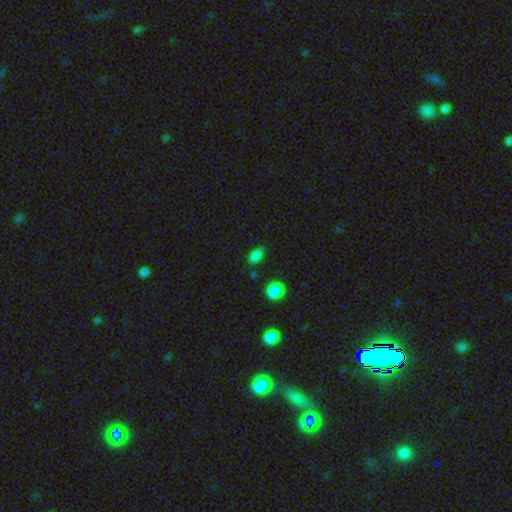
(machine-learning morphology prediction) Smooth or featured?
  - smooth: 82% *
  - star or artifact: 12%
  - featured or disk: 6%
How rounded?
  - in between: 82% *
  - round: 10%
  - cigar-shaped: 8%
Merging?
  - none: 75% *
  - minor disturbance: 18%
  - major disturbance: 4%
  - merger: 3%